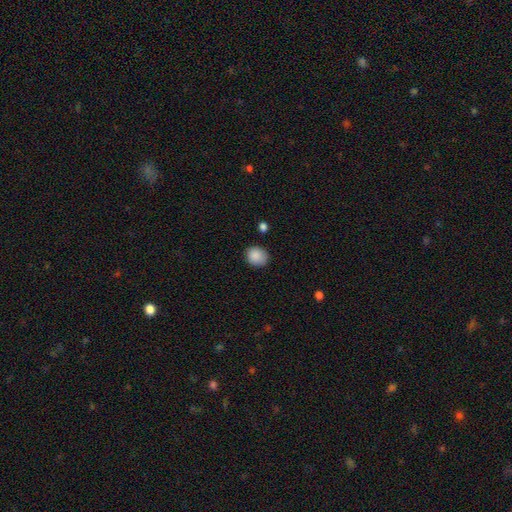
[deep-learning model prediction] A smooth galaxy with no disk features (88%) that is round (72%). Merging: none (81%).